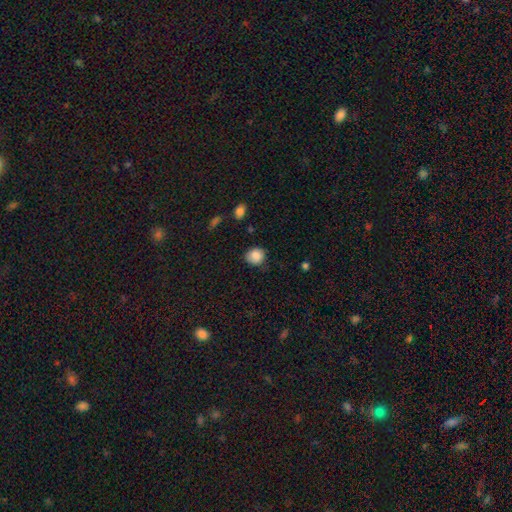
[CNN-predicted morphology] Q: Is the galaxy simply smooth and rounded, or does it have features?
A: smooth — 86%.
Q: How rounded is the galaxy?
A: round — 80%.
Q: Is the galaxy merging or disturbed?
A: none — 75%.